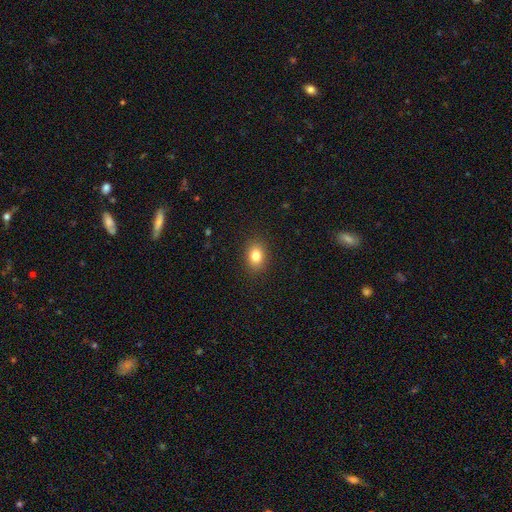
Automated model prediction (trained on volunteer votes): Smooth or featured: smooth — 82% (star or artifact — 11%)
How rounded: in between — 64% (round — 35%)
Merging: none — 89% (minor disturbance — 8%)